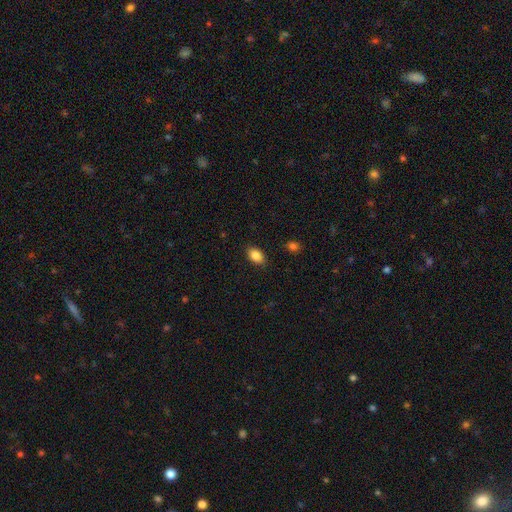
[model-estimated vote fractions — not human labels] The model was most divided on "smooth or featured": smooth: 86%, star or artifact: 8%, featured or disk: 6%. More confident: how rounded — in between (89%); merging — none (88%).